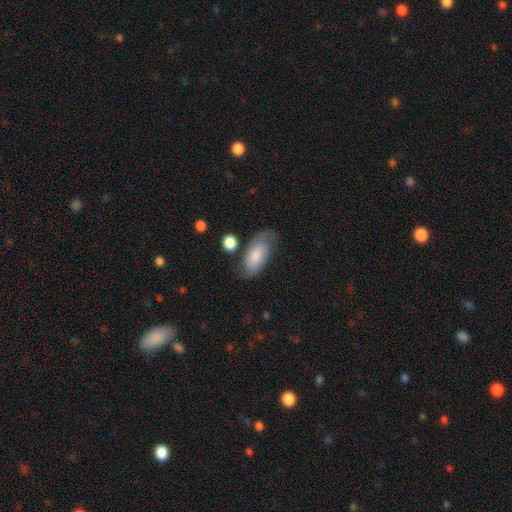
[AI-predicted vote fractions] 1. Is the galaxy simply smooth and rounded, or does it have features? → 72% smooth, 22% featured or disk, 6% star or artifact.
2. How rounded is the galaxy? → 90% in between, 7% cigar-shaped, 3% round.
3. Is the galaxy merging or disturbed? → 62% none, 24% minor disturbance, 8% major disturbance, 5% merger.